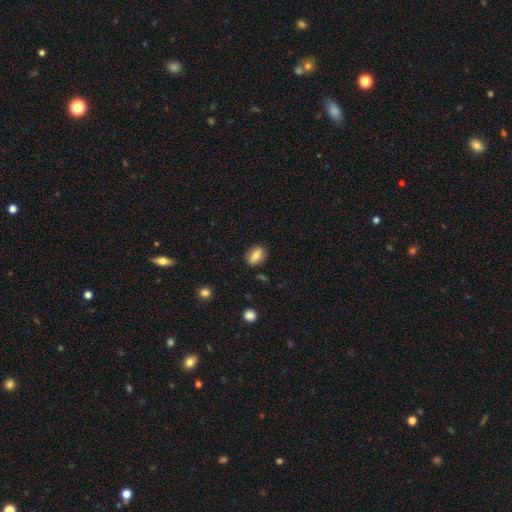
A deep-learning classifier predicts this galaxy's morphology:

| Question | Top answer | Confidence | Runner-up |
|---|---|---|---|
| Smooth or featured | smooth | 77% | featured or disk (15%) |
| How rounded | in between | 69% | round (29%) |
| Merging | none | 85% | minor disturbance (11%) |